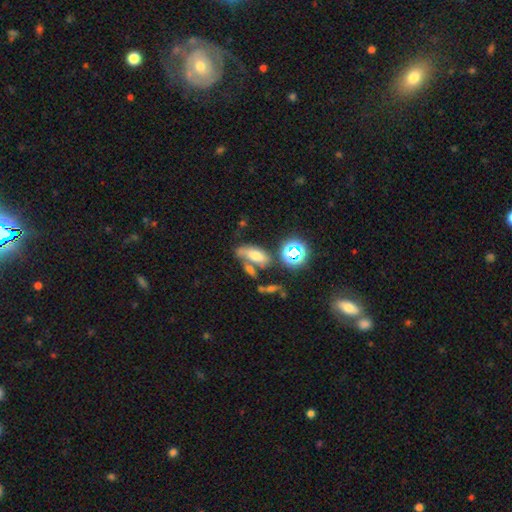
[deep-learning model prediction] A smooth galaxy with no disk features (59%) that is in between round and cigar-shaped (79%).

Vote fractions:
- Smooth or featured? smooth: 59% / star or artifact: 21% / featured or disk: 20%
- How rounded? in between: 79% / cigar-shaped: 11% / round: 10%
- Merging? none: 47% / merger: 27% / minor disturbance: 17% / major disturbance: 9%